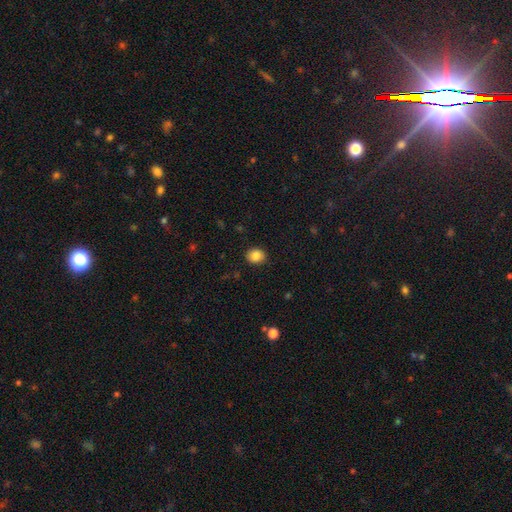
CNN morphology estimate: Smooth or featured? smooth (86%)
How rounded? round (69%)
Merging? none (88%)